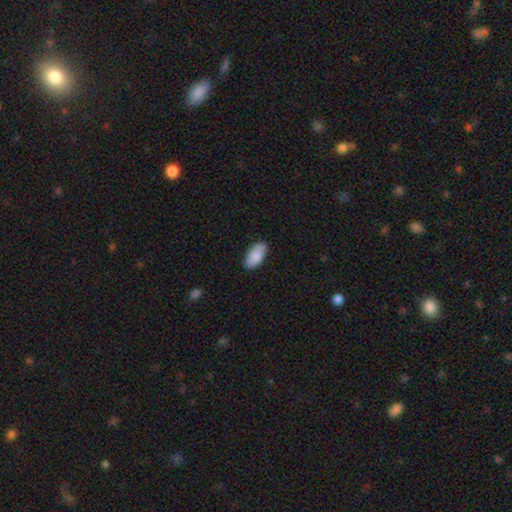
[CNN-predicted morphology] This is clearly a smooth galaxy (88%). How rounded: clearly in between (93%). Merging: clearly none (86%).